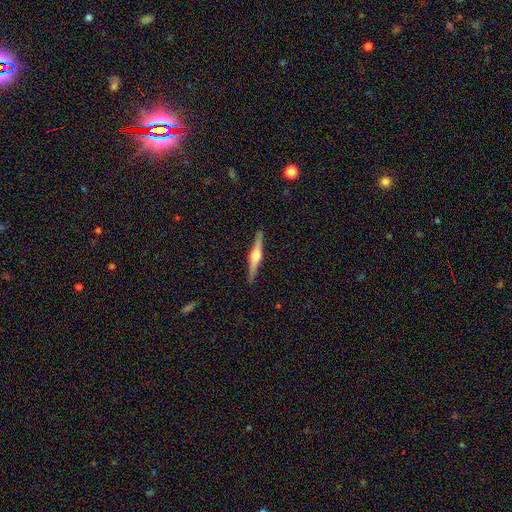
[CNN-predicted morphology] A featured or disk galaxy (78%) viewed edge-on (98%) with a rounded central bulge (92%). Merging: none (91%).